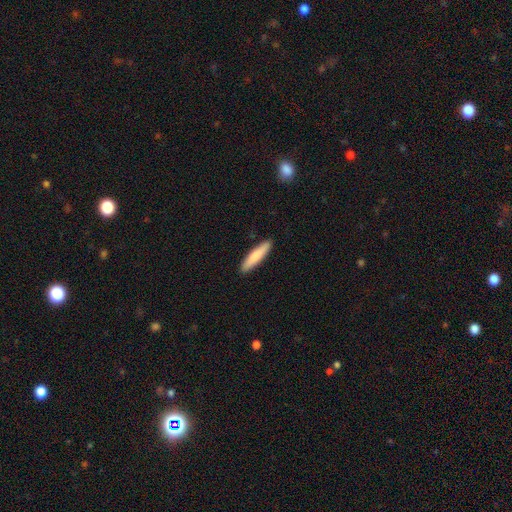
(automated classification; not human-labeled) smooth-or-featured: smooth: 82% | featured or disk: 13% | star or artifact: 5%
  how-rounded: cigar-shaped: 84% | in between: 15% | round: 1%
  merging: none: 91% | minor disturbance: 7% | major disturbance: 1% | merger: 1%